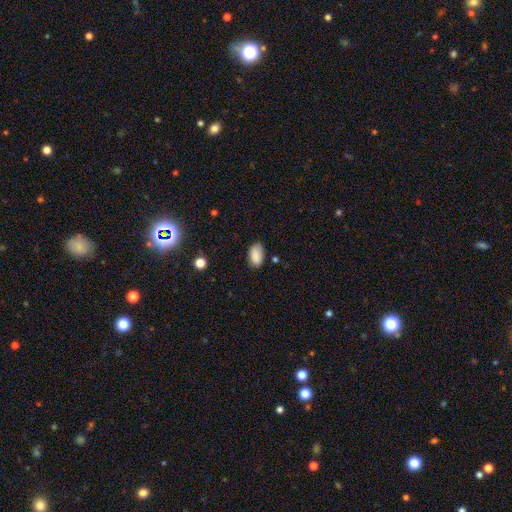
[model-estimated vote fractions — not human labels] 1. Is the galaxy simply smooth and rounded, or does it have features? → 87% smooth, 8% star or artifact, 5% featured or disk.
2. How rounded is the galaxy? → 93% in between, 5% round, 2% cigar-shaped.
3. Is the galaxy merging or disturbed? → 76% none, 18% minor disturbance, 3% major disturbance, 2% merger.